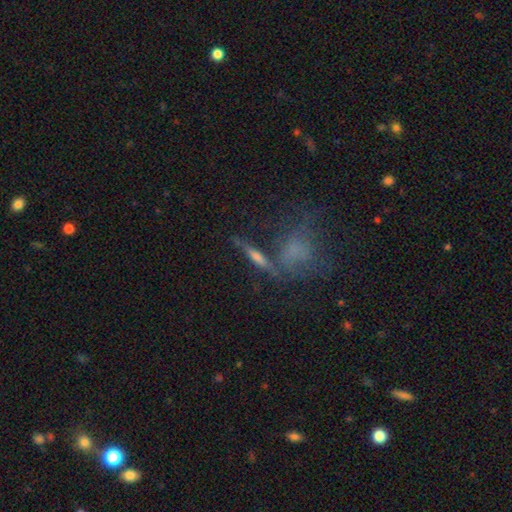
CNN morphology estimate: Smooth or featured?
  - featured or disk: 47% *
  - smooth: 38%
  - star or artifact: 15%
Merging?
  - none: 68% *
  - minor disturbance: 13%
  - merger: 12%
  - major disturbance: 6%